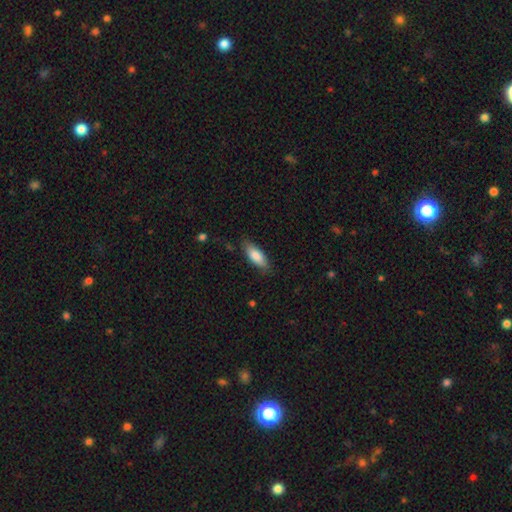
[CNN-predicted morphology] This appears to be a smooth galaxy with no disk features (82%) that is in between round and cigar-shaped (73%). Merging: none (80%).